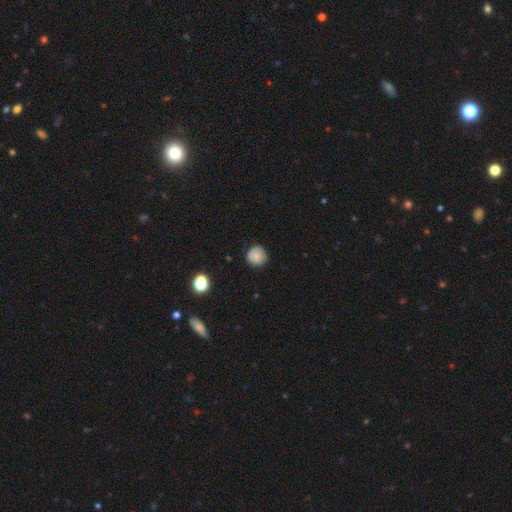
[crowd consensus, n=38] Morphology: type=smooth (84%); roundness=round (84%); merging=none (80%).